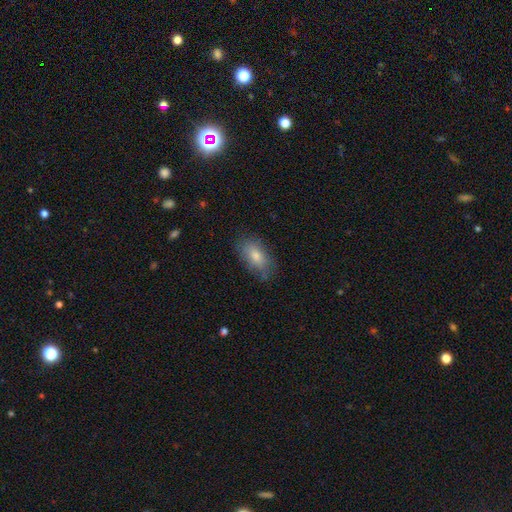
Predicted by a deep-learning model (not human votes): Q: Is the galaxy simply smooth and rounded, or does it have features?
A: smooth — 76%.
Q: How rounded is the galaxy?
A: in between — 88%.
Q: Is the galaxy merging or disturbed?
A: none — 77%.